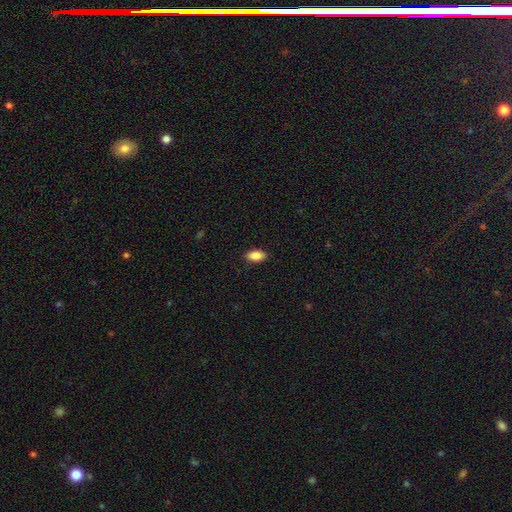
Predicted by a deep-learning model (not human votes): The model was most divided on "smooth or featured": smooth: 87%, star or artifact: 7%, featured or disk: 5%. More confident: how rounded — in between (91%); merging — none (89%).